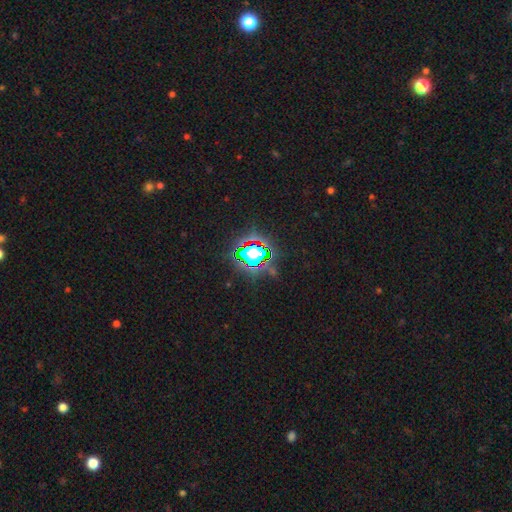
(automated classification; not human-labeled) star or artifact 70%, smooth 18%, featured or disk 11%.